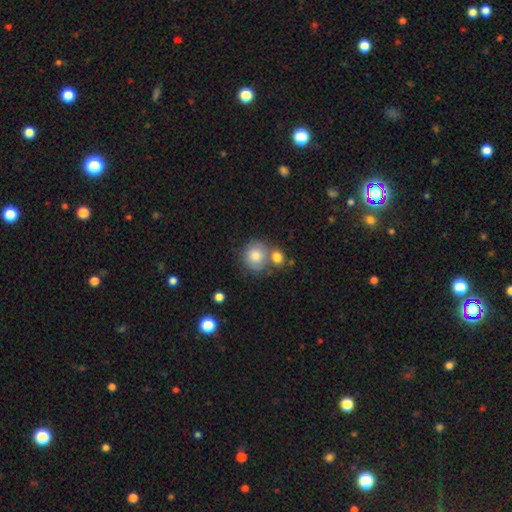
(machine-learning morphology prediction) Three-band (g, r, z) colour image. It shows a smooth galaxy with no disk features (80%) that is round (82%). Merging: none (51%).